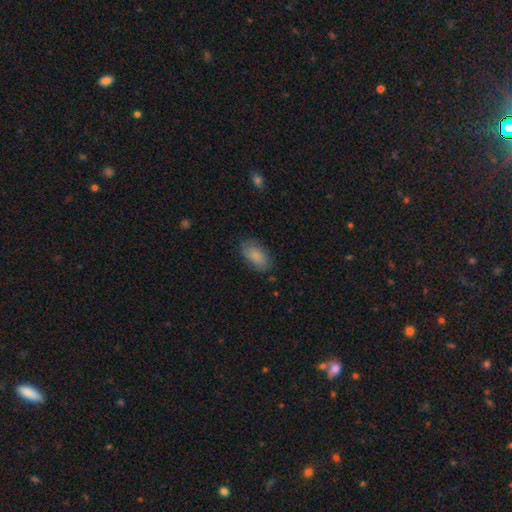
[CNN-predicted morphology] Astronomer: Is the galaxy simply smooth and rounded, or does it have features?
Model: smooth — 85%.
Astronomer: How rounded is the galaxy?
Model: in between — 93%.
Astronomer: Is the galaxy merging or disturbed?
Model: none — 80%.